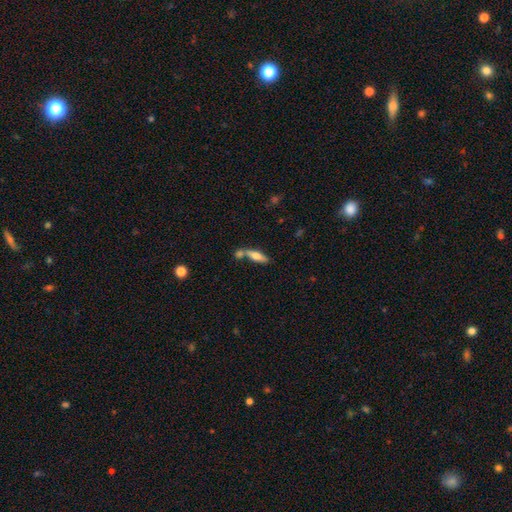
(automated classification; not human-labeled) Overall: smooth (60%; featured or disk 33%). How rounded: cigar-shaped (55%; in between 42%). Merging: none (48%; merger 36%).